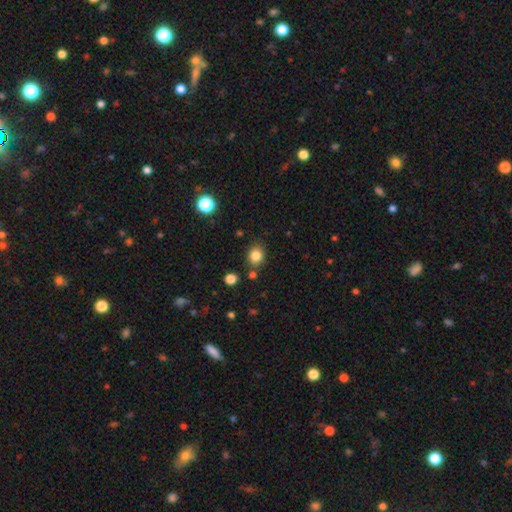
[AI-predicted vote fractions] smooth 83%, star or artifact 12%, featured or disk 5%. Down the decision tree: how rounded — round (59%); merging — none (80%).